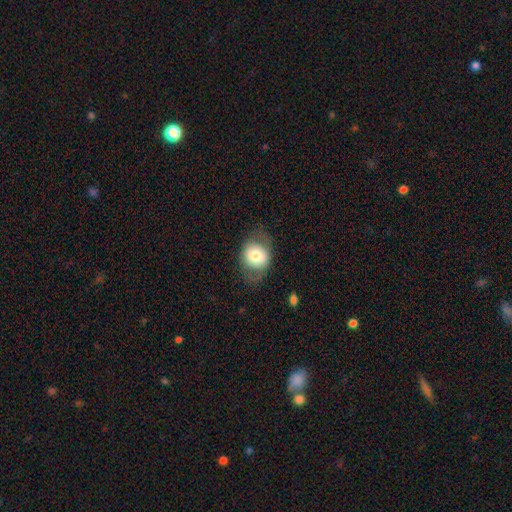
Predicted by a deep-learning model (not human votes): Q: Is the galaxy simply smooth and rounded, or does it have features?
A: smooth — 66%.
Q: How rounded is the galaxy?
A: round — 58%.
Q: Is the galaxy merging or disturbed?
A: none — 68%.